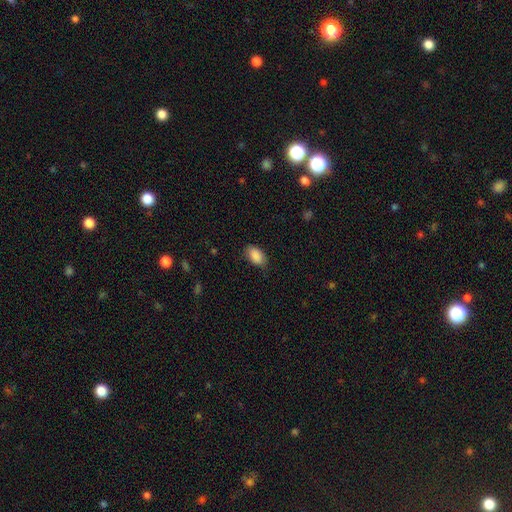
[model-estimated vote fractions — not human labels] A smooth galaxy with no disk features (89%) that is in between round and cigar-shaped (92%). Merging: none (80%).